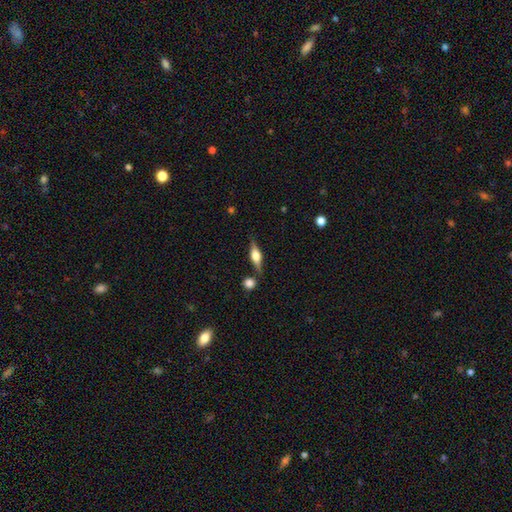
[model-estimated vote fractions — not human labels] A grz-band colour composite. It shows a featured or disk galaxy (63%) viewed edge-on (95%) with a rounded central bulge (89%). Merging: none (79%).